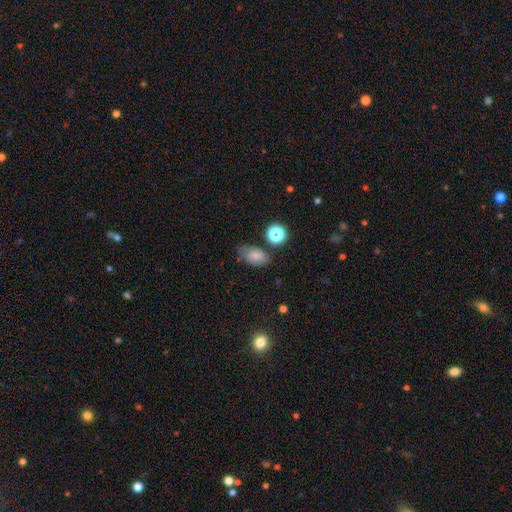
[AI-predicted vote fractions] A smooth galaxy with no disk features (71%) that is in between round and cigar-shaped (83%). Merging: none (60%).